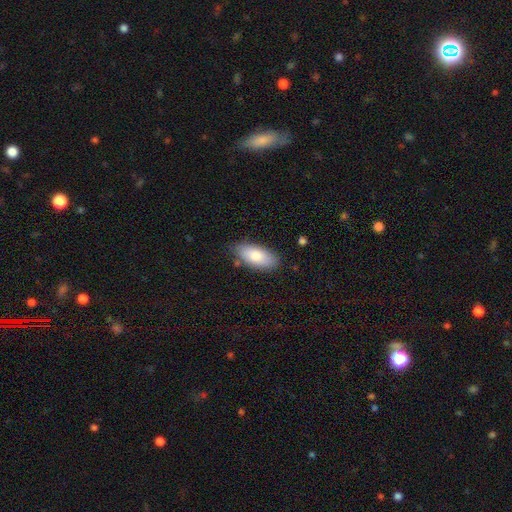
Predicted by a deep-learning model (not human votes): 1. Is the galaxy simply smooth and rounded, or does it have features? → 80% smooth, 14% featured or disk, 6% star or artifact.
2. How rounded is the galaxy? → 89% in between, 9% cigar-shaped, 2% round.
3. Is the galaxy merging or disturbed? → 80% none, 15% minor disturbance, 3% major disturbance, 2% merger.